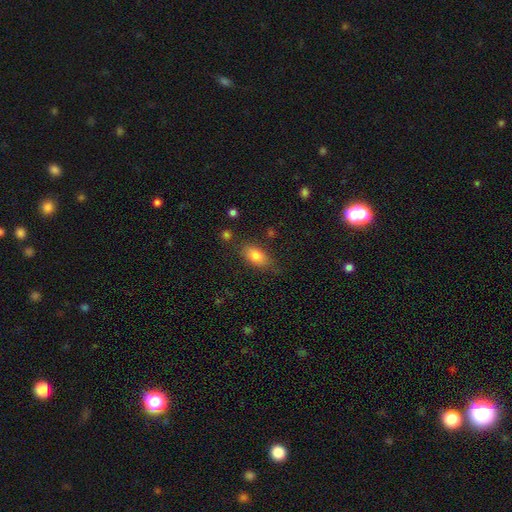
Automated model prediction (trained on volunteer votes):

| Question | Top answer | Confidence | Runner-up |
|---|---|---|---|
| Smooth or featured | smooth | 80% | featured or disk (12%) |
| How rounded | in between | 87% | round (7%) |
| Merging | none | 75% | minor disturbance (17%) |